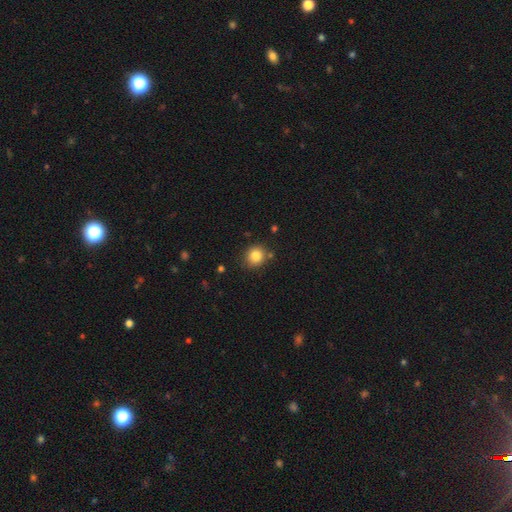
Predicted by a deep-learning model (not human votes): Q: Smooth or featured?
A: smooth (84%); runner-up: star or artifact (11%)
Q: How rounded?
A: round (86%); runner-up: in between (13%)
Q: Merging?
A: none (81%); runner-up: minor disturbance (11%)